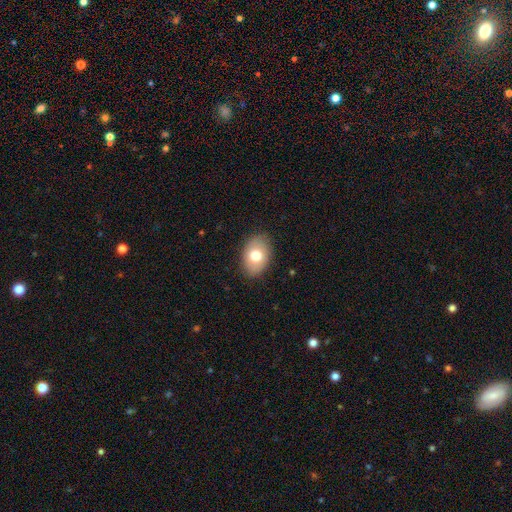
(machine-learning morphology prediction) Q: Smooth or featured?
A: smooth (74%); runner-up: featured or disk (19%)
Q: How rounded?
A: in between (84%); runner-up: round (15%)
Q: Merging?
A: none (86%); runner-up: minor disturbance (10%)